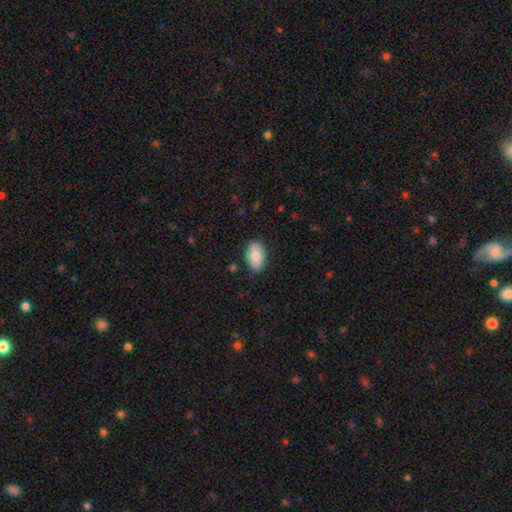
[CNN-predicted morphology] type=smooth (76%); roundness=in between (90%); merging=none (85%).